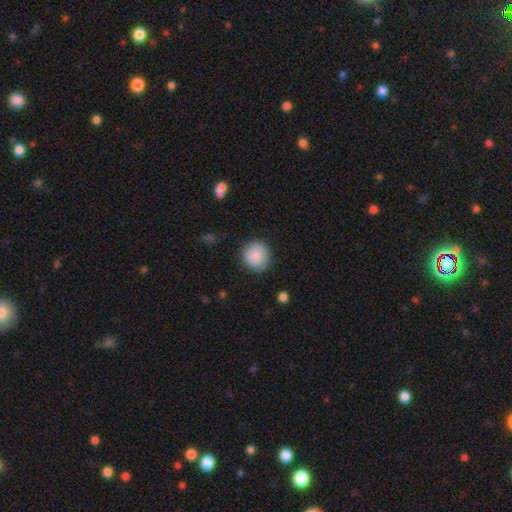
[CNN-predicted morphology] Smooth or featured: smooth — 89% (star or artifact — 7%)
How rounded: round — 88% (in between — 11%)
Merging: none — 87% (minor disturbance — 9%)